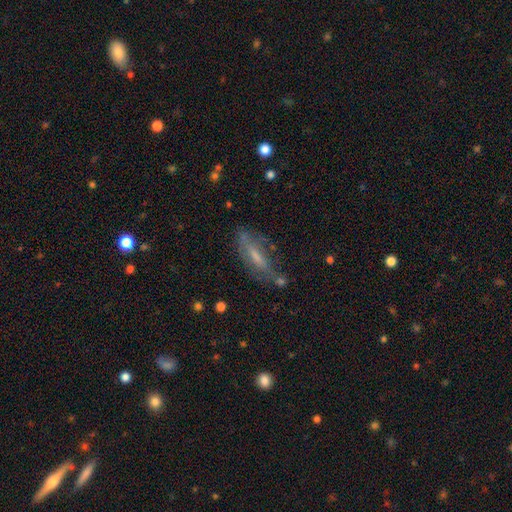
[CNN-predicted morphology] Smooth or featured? featured or disk (48%)
Merging? none (61%)